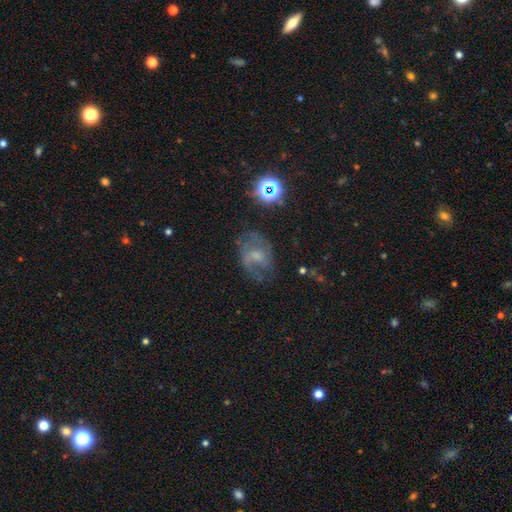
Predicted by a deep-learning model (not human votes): Smooth or featured: featured or disk — 61% (smooth — 23%)
Edge-on disk: no — 97% (yes — 3%)
Bar: no — 49% (weak — 42%)
Spiral arms: yes — 79% (no — 21%)
Bulge size: moderate — 38% (small — 35%)
Merging: none — 59% (minor disturbance — 22%)